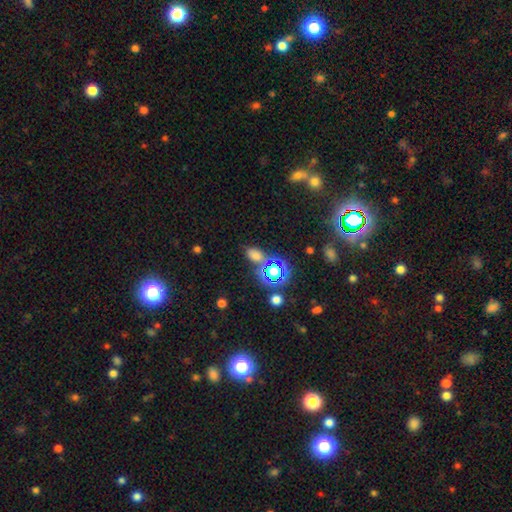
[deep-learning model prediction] Smooth or featured? smooth (58%)
How rounded? in between (75%)
Merging? none (67%)